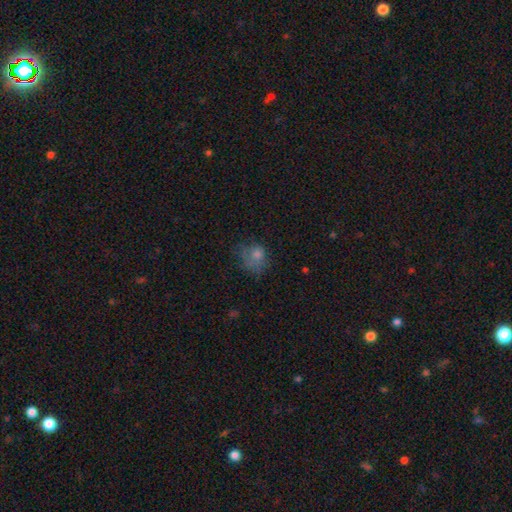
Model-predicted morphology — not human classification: smooth_or_featured: smooth (p=0.70) [alt: featured or disk p=0.17]
how_rounded: round (p=0.66) [alt: in between p=0.33]
merging: none (p=0.43) [alt: major disturbance p=0.28]